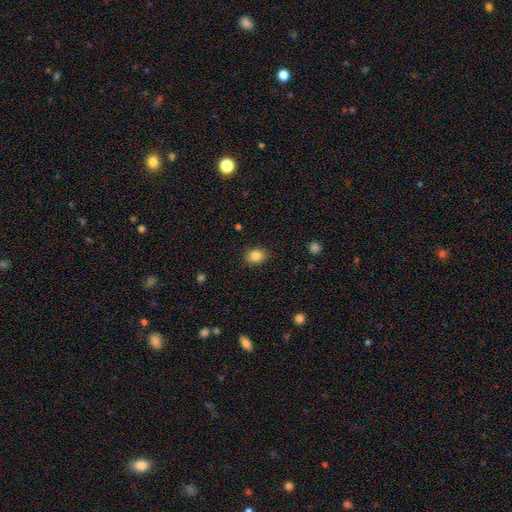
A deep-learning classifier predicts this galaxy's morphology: Overall: smooth (84%). How rounded: in between (55%; round 44%). Merging: none (87%).